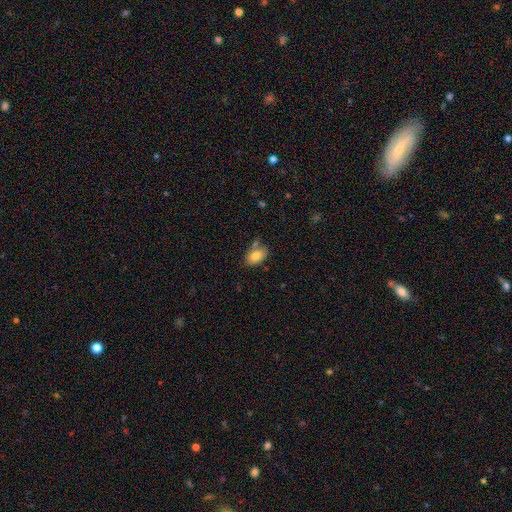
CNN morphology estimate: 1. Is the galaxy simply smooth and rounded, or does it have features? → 80% smooth, 12% featured or disk, 8% star or artifact.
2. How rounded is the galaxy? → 89% in between, 10% round, 2% cigar-shaped.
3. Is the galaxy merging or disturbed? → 62% none, 19% minor disturbance, 14% merger, 5% major disturbance.